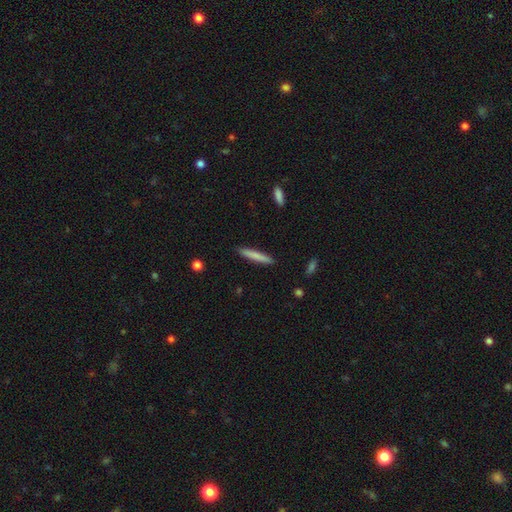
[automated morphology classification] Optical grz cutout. It shows a smooth galaxy with no disk features (76%) that is cigar-shaped (95%). Merging: none (91%).